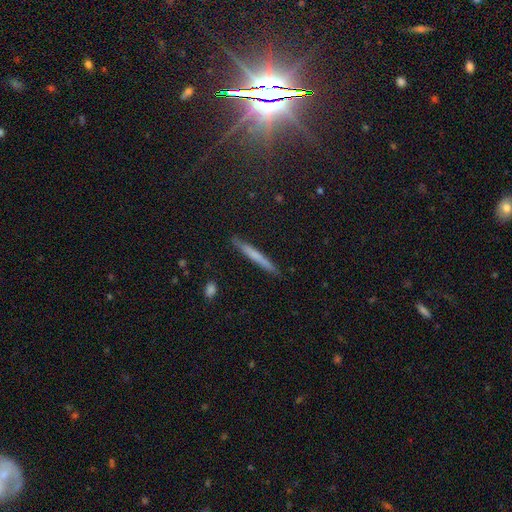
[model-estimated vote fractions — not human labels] Smooth or featured?
  - smooth: 58% *
  - featured or disk: 34%
  - star or artifact: 8%
How rounded?
  - cigar-shaped: 96% *
  - in between: 3%
  - round: 2%
Merging?
  - none: 88% *
  - minor disturbance: 9%
  - major disturbance: 2%
  - merger: 1%